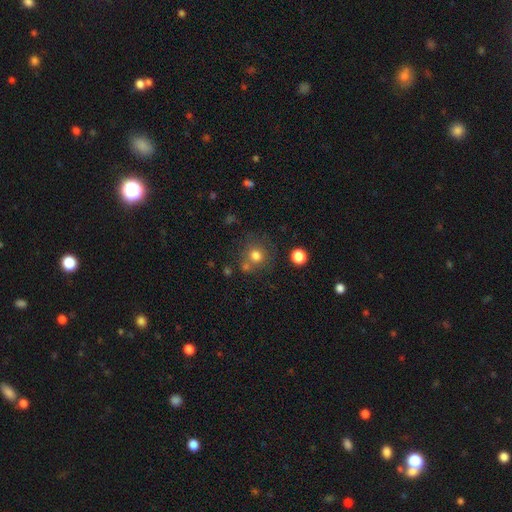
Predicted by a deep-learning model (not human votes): Smooth or featured?
  - smooth: 76% *
  - star or artifact: 14%
  - featured or disk: 10%
How rounded?
  - round: 87% *
  - in between: 12%
  - cigar-shaped: 1%
Merging?
  - none: 66% *
  - merger: 17%
  - minor disturbance: 12%
  - major disturbance: 6%